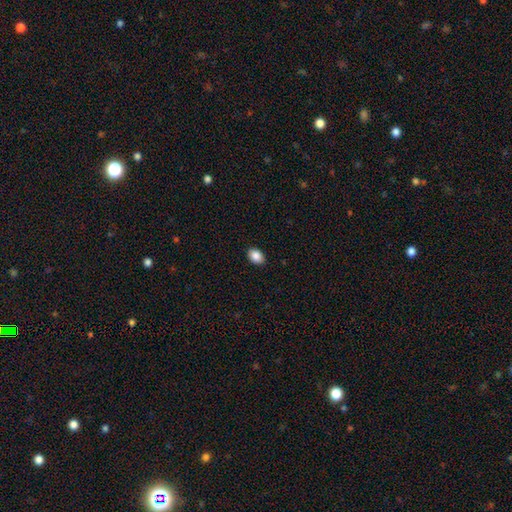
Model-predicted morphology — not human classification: This appears to be a smooth galaxy with no disk features (88%) that is in between round and cigar-shaped (75%). Merging: none (90%).